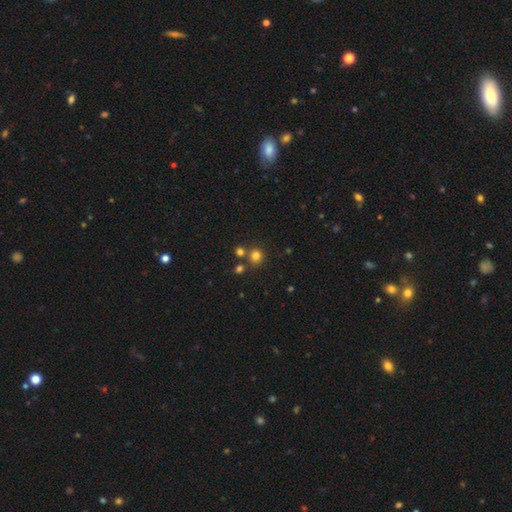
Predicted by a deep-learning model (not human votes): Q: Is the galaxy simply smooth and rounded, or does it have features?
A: smooth — 77%.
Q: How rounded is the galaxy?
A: round — 88%.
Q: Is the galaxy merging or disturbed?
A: none — 71%.